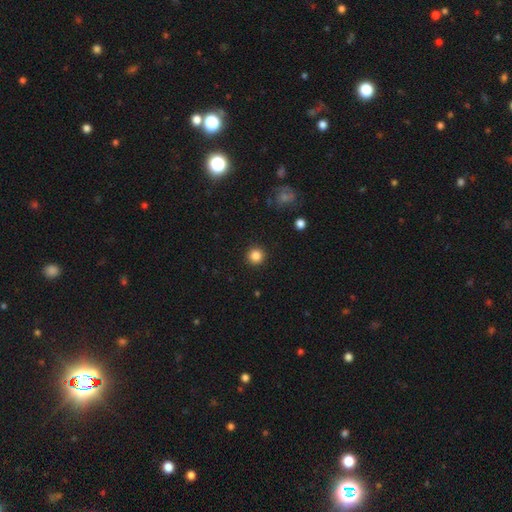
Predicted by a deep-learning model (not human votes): The model was most divided on "smooth or featured": smooth: 85%, star or artifact: 11%, featured or disk: 4%. More confident: how rounded — round (95%); merging — none (92%).